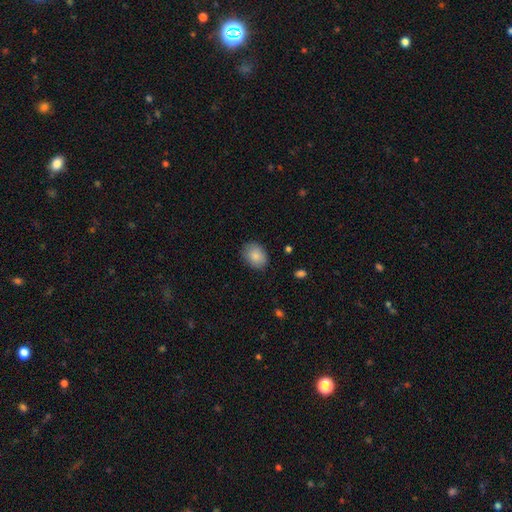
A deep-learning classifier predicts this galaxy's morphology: This is clearly a smooth galaxy (86%). How rounded: likely in between (66%). Merging: clearly none (83%).